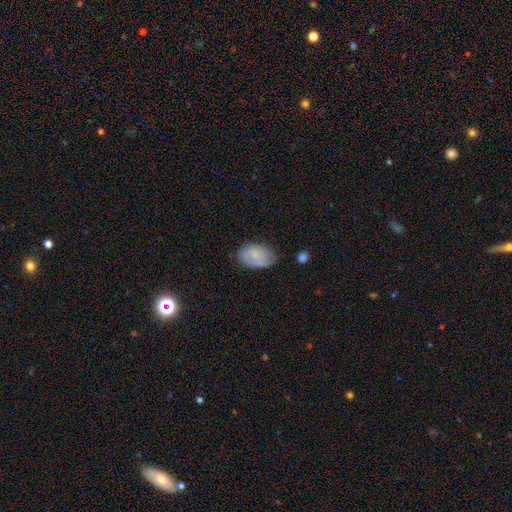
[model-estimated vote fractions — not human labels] A smooth galaxy with no disk features (63%) that is in between round and cigar-shaped (89%). Merging: none (59%).